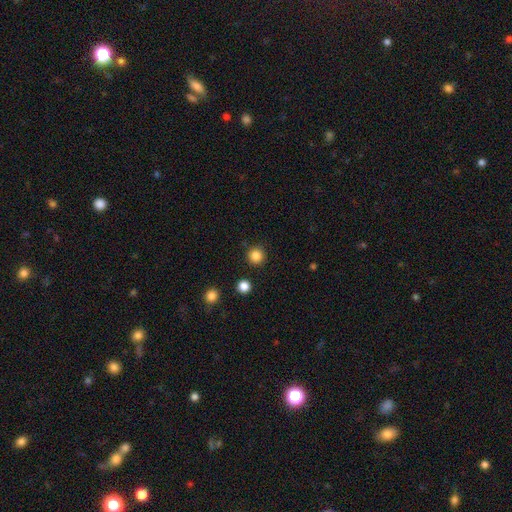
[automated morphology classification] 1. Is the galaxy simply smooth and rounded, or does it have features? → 85% smooth, 11% star or artifact, 3% featured or disk.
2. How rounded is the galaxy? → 96% round, 3% in between, 1% cigar-shaped.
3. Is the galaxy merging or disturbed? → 91% none, 5% minor disturbance, 2% major disturbance, 2% merger.